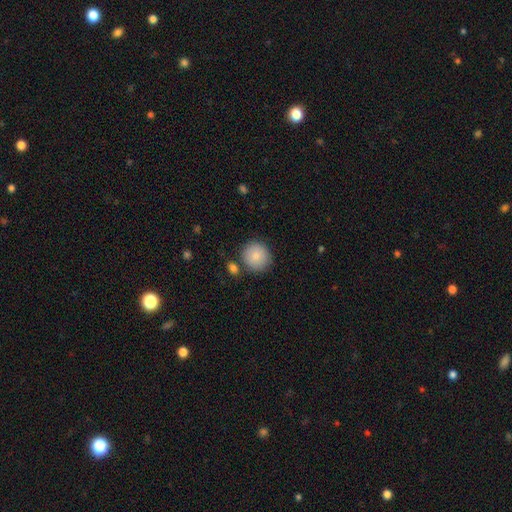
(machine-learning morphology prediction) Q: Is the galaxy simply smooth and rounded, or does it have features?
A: smooth — 85%.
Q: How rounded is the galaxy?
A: round — 93%.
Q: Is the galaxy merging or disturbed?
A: none — 81%.